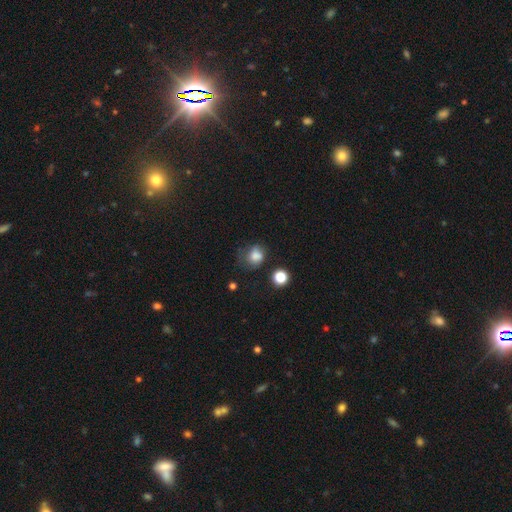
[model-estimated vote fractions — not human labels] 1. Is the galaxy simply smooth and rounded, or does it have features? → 76% smooth, 13% star or artifact, 11% featured or disk.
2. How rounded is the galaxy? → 60% round, 39% in between, 1% cigar-shaped.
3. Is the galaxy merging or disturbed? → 42% none, 30% minor disturbance, 21% major disturbance, 7% merger.